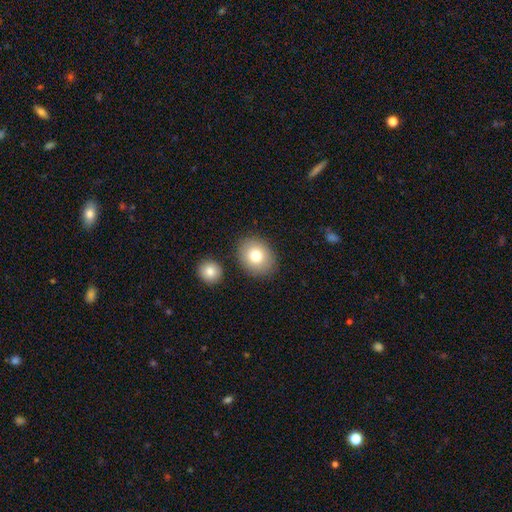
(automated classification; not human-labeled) A smooth galaxy with no disk features (78%) that is round (55%). Merging: none (84%).